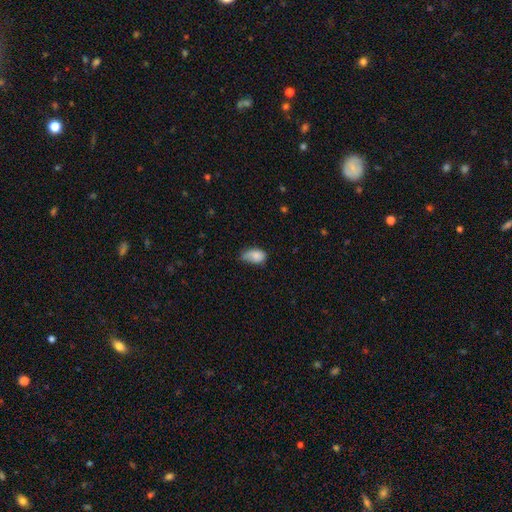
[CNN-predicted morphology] smooth 80%, featured or disk 12%, star or artifact 8%. Down the decision tree: how rounded — in between (89%); merging — minor disturbance (45%).